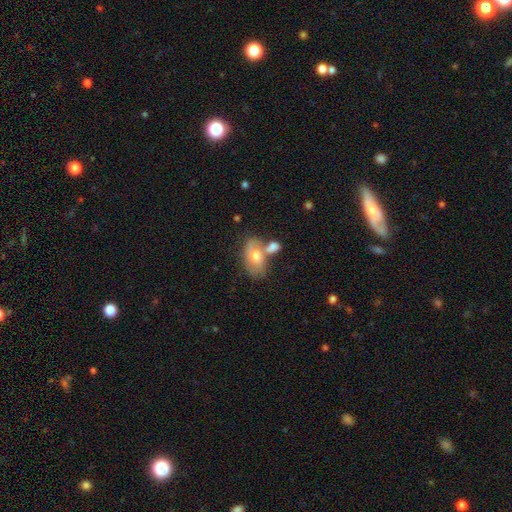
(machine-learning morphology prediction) This appears to be a smooth galaxy with no disk features (59%) that is in between round and cigar-shaped (89%). Merging: merger (38%, tied with none).